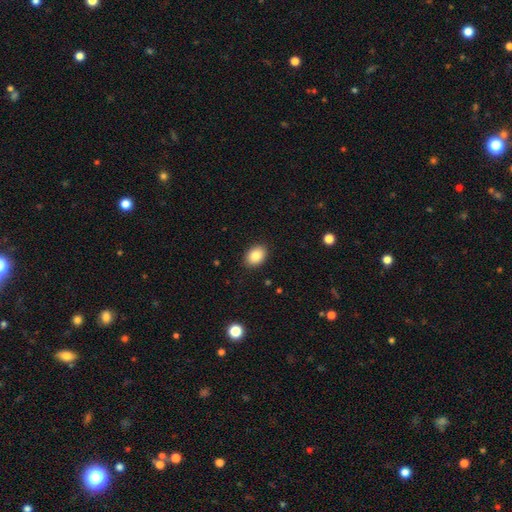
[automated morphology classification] Smooth or featured: smooth — 86% (star or artifact — 8%)
How rounded: in between — 74% (round — 25%)
Merging: none — 89% (minor disturbance — 8%)